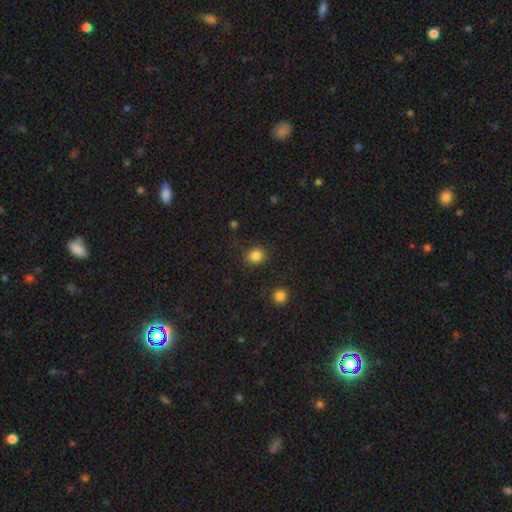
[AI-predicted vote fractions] Smooth or featured? smooth (84%)
How rounded? round (78%)
Merging? none (85%)